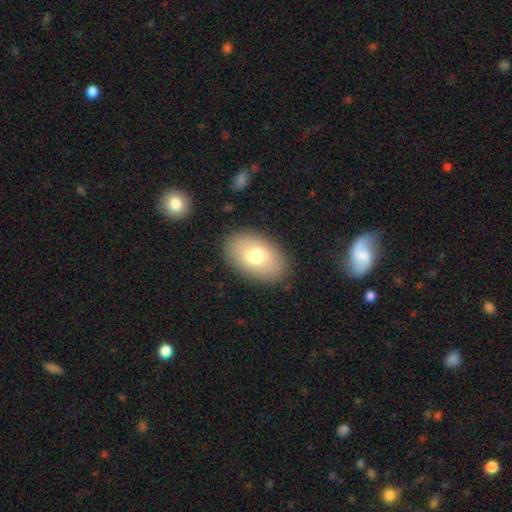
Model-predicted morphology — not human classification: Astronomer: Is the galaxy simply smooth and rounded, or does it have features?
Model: smooth — 73%.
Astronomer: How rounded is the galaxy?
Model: in between — 91%.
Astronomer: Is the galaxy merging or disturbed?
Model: none — 87%.